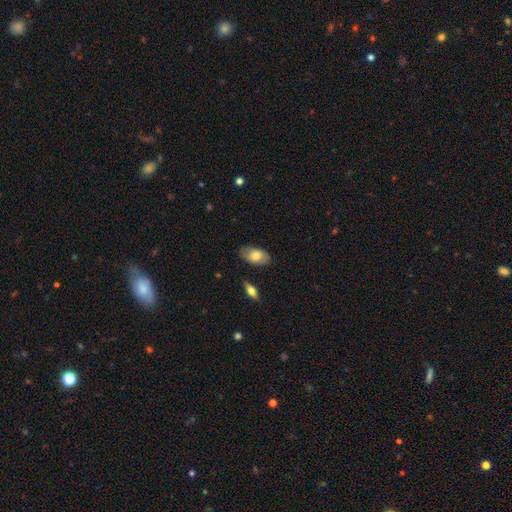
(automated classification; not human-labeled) Smooth or featured: smooth — 68% (featured or disk — 26%)
How rounded: in between — 93% (round — 5%)
Merging: none — 80% (minor disturbance — 16%)